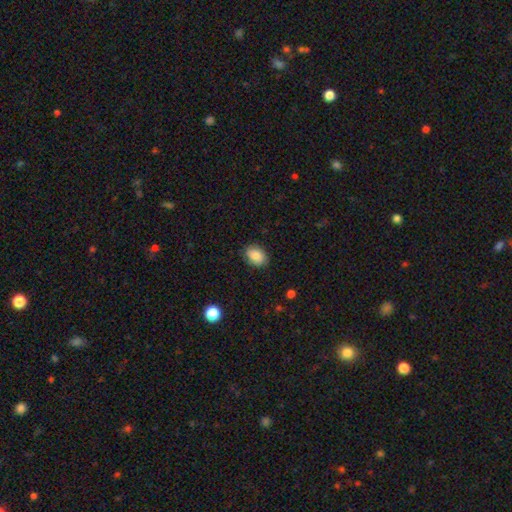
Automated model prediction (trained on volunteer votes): Q: Smooth or featured?
A: smooth (84%); runner-up: featured or disk (8%)
Q: How rounded?
A: in between (74%); runner-up: round (25%)
Q: Merging?
A: none (81%); runner-up: minor disturbance (14%)